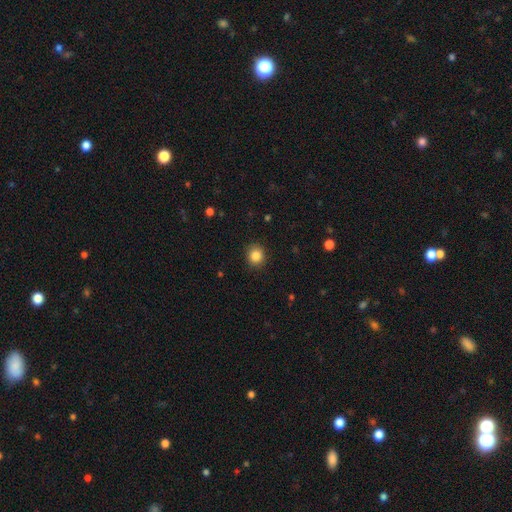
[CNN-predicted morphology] Smooth or featured?
  - smooth: 86% *
  - star or artifact: 10%
  - featured or disk: 4%
How rounded?
  - round: 85% *
  - in between: 14%
  - cigar-shaped: 1%
Merging?
  - none: 90% *
  - minor disturbance: 7%
  - major disturbance: 2%
  - merger: 1%